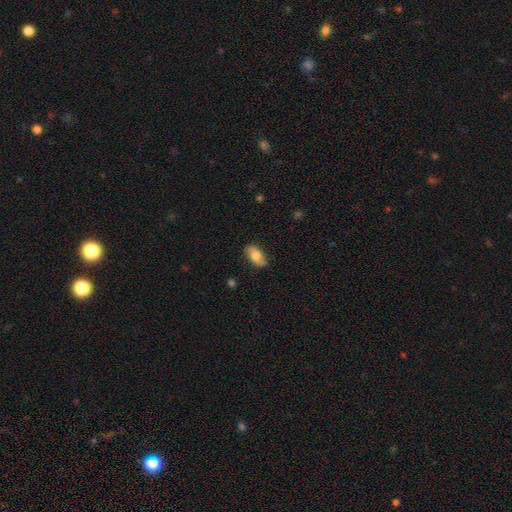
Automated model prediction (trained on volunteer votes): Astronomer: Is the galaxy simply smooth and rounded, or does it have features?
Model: smooth — 71%.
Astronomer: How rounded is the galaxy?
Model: in between — 91%.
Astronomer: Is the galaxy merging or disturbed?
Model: none — 84%.